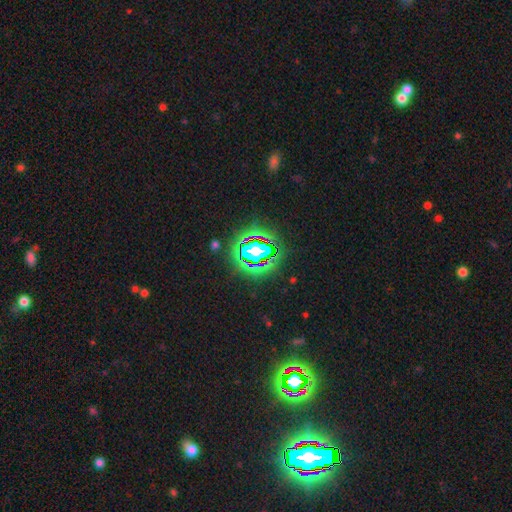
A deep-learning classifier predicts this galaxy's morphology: This is clearly a star or artifact rather than a galaxy (81%).